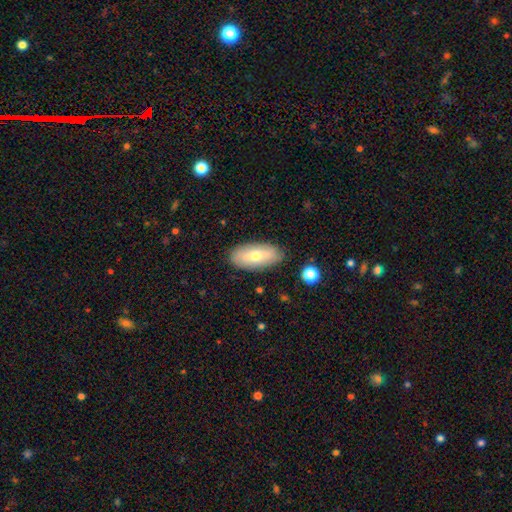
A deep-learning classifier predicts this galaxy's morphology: type=smooth (61%); roundness=in between (88%); merging=none (86%).